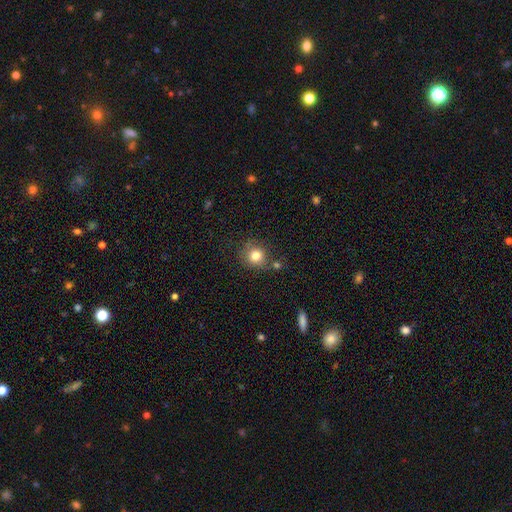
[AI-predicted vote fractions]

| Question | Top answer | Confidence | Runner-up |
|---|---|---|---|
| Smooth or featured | smooth | 81% | star or artifact (11%) |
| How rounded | round | 88% | in between (11%) |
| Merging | none | 71% | minor disturbance (14%) |